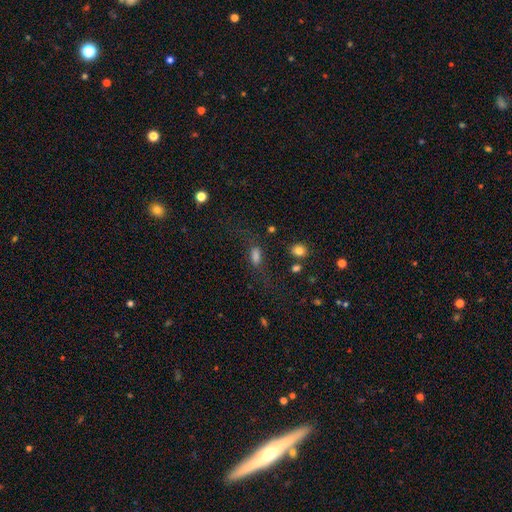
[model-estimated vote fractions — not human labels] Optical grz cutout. It shows a smooth galaxy with no disk features (65%) that is in between round and cigar-shaped (67%). Merging: none (58%).